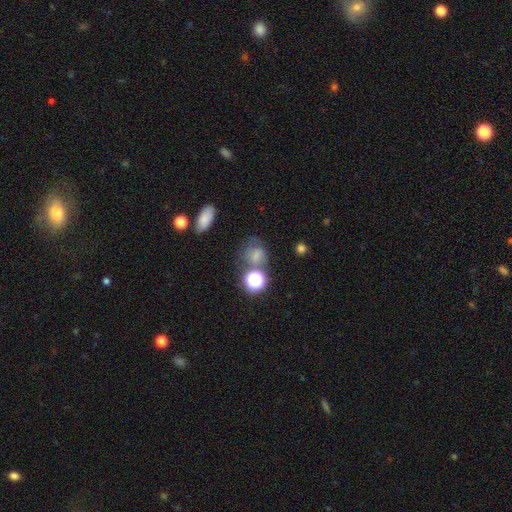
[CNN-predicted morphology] Smooth or featured? Predicted: smooth (p=0.64). How rounded? Predicted: round (p=0.63). Merging? Predicted: none (p=0.50).